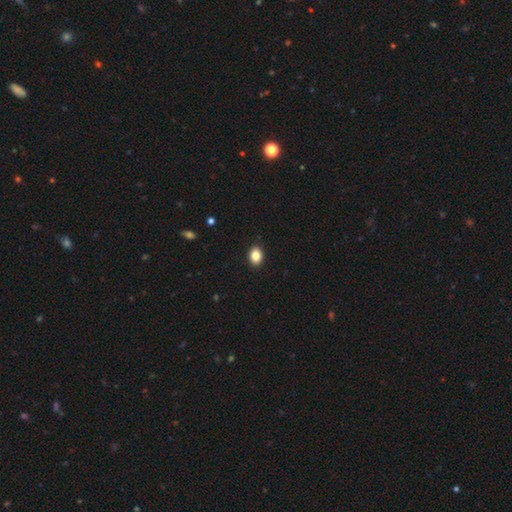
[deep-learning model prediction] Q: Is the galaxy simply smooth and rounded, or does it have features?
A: smooth — 86%.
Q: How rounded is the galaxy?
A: in between — 73%.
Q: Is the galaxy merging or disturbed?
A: none — 91%.